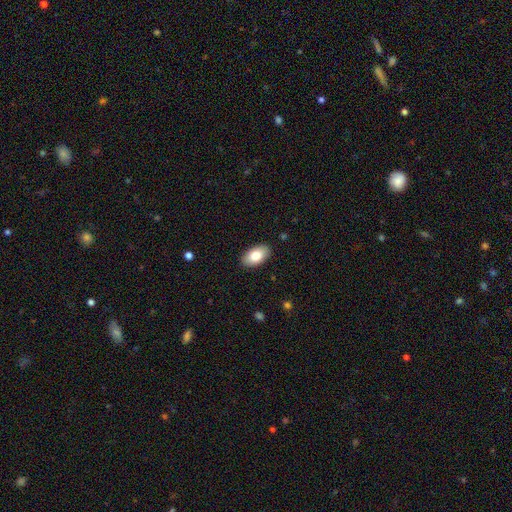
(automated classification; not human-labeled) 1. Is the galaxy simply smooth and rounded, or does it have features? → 81% smooth, 12% featured or disk, 7% star or artifact.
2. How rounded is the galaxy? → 94% in between, 4% round, 2% cigar-shaped.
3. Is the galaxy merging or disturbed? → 89% none, 8% minor disturbance, 2% major disturbance, 1% merger.